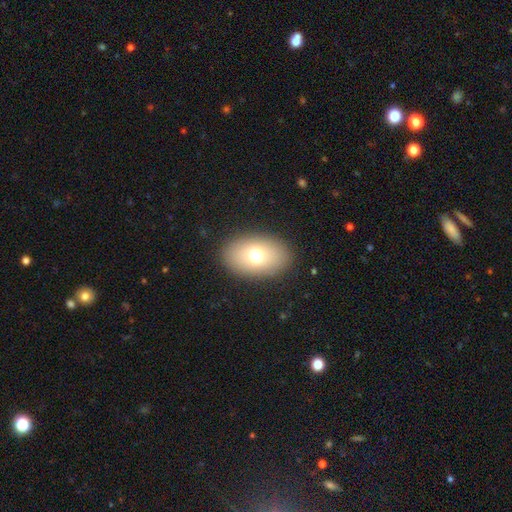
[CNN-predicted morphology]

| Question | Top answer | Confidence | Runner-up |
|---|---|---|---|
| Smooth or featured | smooth | 70% | featured or disk (18%) |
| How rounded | in between | 82% | round (17%) |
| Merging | none | 88% | minor disturbance (8%) |